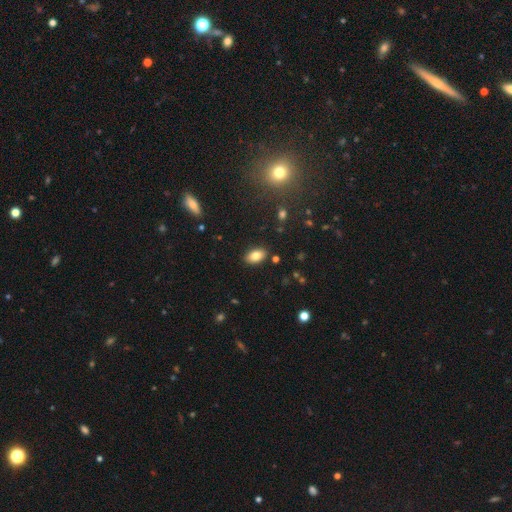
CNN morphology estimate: Q: Smooth or featured?
A: smooth (81%); runner-up: featured or disk (9%)
Q: How rounded?
A: in between (91%); runner-up: round (7%)
Q: Merging?
A: none (87%); runner-up: minor disturbance (9%)